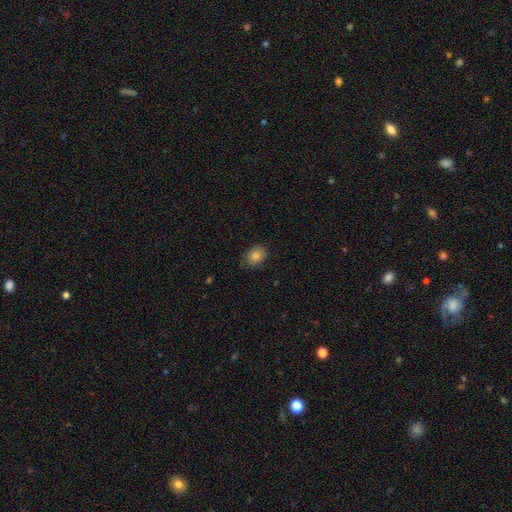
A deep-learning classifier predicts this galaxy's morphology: Smooth or featured? smooth (83%)
How rounded? in between (67%)
Merging? none (79%)